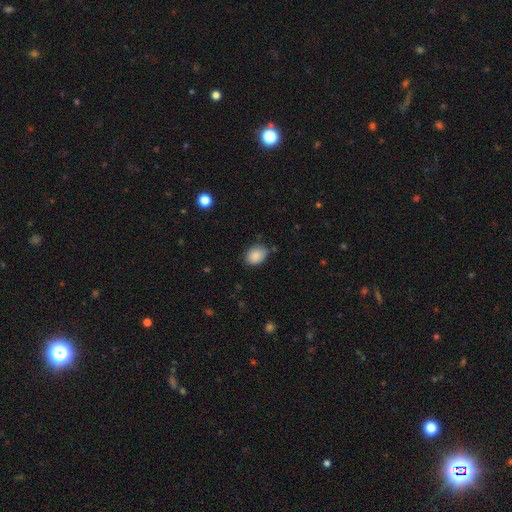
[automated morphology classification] This appears to be a smooth galaxy with no disk features (86%) that is in between round and cigar-shaped (64%). Merging: none (76%).